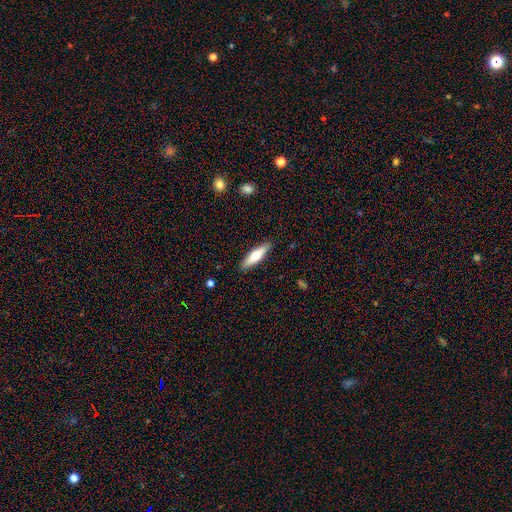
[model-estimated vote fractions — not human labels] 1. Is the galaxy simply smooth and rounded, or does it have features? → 63% smooth, 31% featured or disk, 6% star or artifact.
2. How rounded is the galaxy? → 66% cigar-shaped, 32% in between, 2% round.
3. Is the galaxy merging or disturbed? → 89% none, 8% minor disturbance, 2% major disturbance, 1% merger.